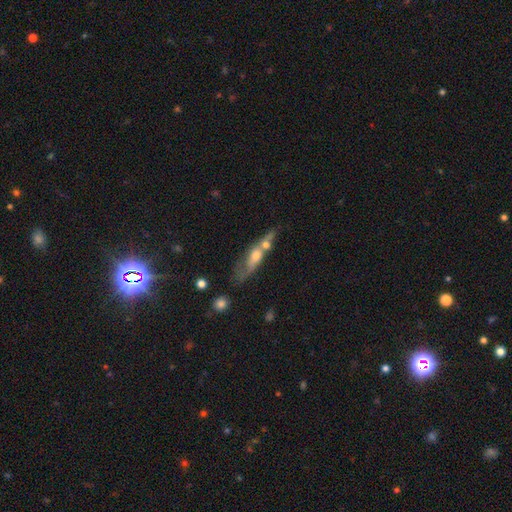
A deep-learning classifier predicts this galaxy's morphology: This appears to be a featured or disk galaxy (50%). Merging: merger (40%).